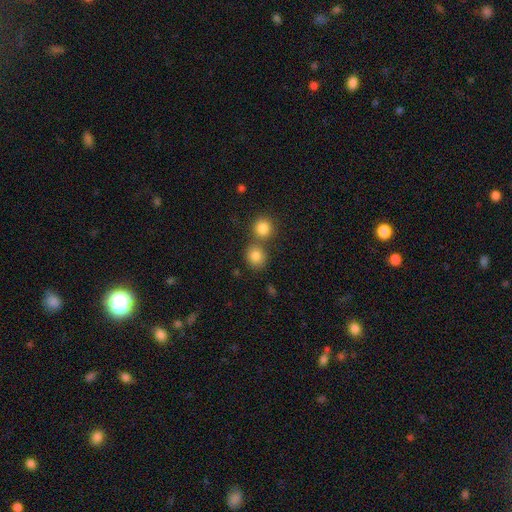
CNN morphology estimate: Q: Smooth or featured?
A: smooth (82%); runner-up: star or artifact (11%)
Q: How rounded?
A: round (84%); runner-up: in between (15%)
Q: Merging?
A: none (59%); runner-up: merger (30%)